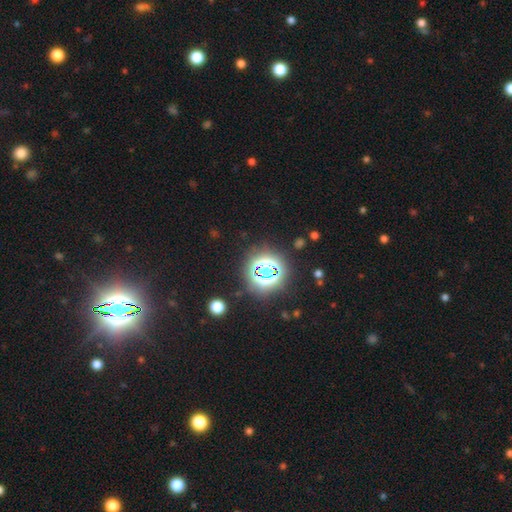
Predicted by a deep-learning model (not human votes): A star or artifact, not a galaxy (77%).

Vote fractions:
- Smooth or featured? star or artifact: 77% / smooth: 15% / featured or disk: 9%